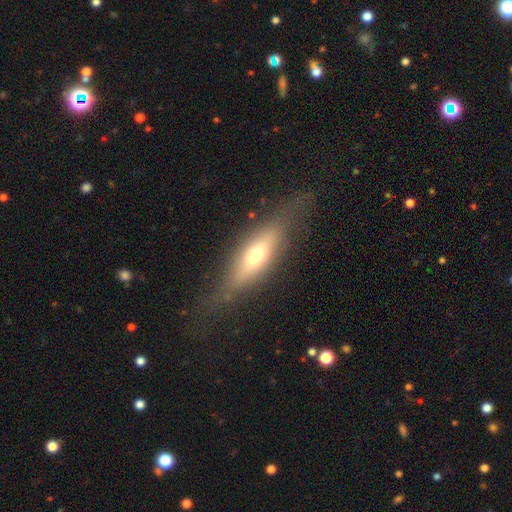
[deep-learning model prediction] A featured or disk galaxy (50%) viewed edge-on (80%). Merging: none (70%).